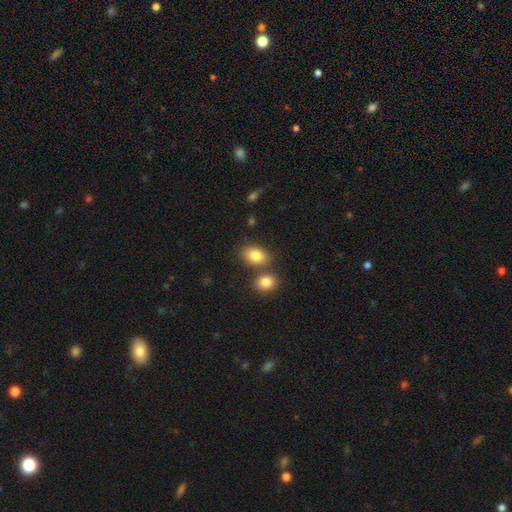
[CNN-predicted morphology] The model was most divided on "merging": none: 62%, merger: 24%, minor disturbance: 11%, major disturbance: 3%. More confident: smooth or featured — smooth (84%); how rounded — in between (81%).